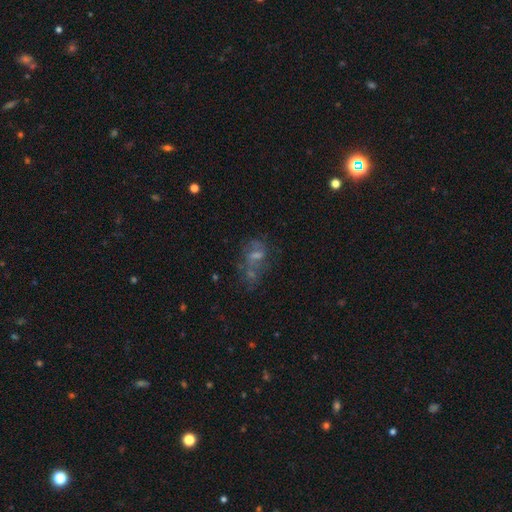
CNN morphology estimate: Smooth or featured?
  - featured or disk: 50% *
  - smooth: 27%
  - star or artifact: 23%
Merging?
  - none: 42% *
  - major disturbance: 24%
  - minor disturbance: 19%
  - merger: 15%